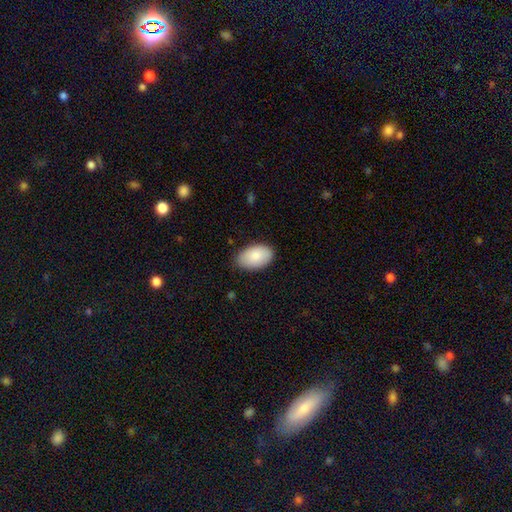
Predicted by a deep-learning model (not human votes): Smooth or featured? smooth (84%)
How rounded? in between (94%)
Merging? none (82%)